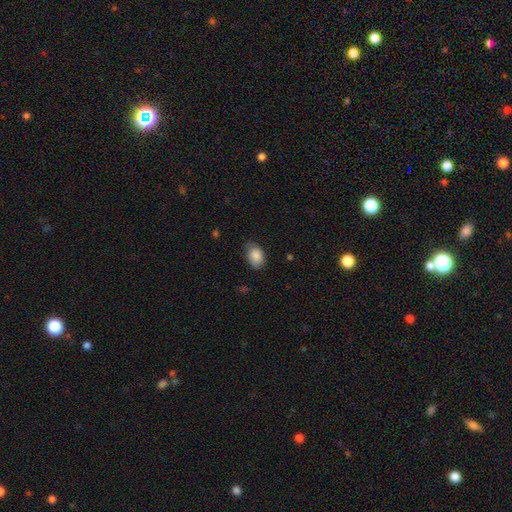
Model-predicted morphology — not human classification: Smooth or featured: smooth — 87% (star or artifact — 7%)
How rounded: in between — 86% (round — 12%)
Merging: none — 69% (minor disturbance — 25%)